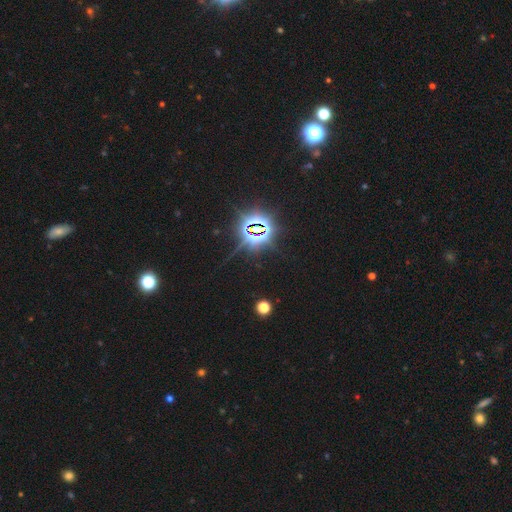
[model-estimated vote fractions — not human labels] Overall: star or artifact (84%).